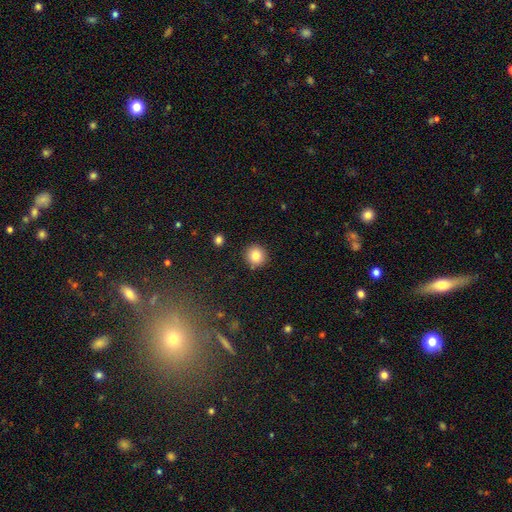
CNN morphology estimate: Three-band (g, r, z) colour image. It shows a smooth galaxy with no disk features (82%) that is round (93%). Merging: none (90%).